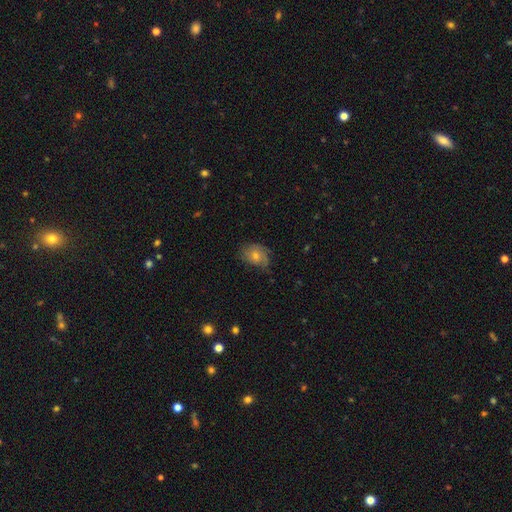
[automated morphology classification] smooth 50%, featured or disk 39%, star or artifact 11%. Down the decision tree: merging — none (60%).